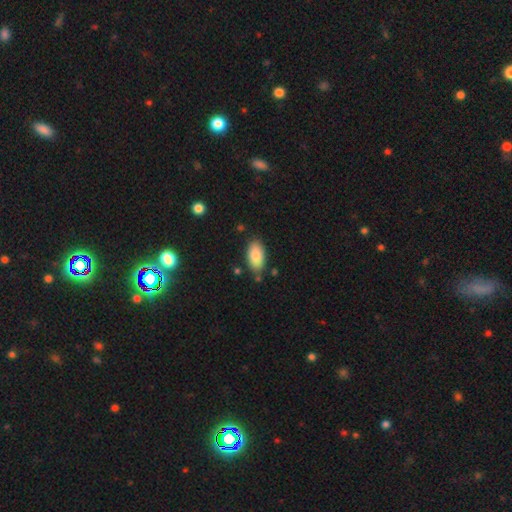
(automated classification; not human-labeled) Smooth or featured? Predicted: smooth (p=0.85). How rounded? Predicted: in between (p=0.95). Merging? Predicted: none (p=0.81).